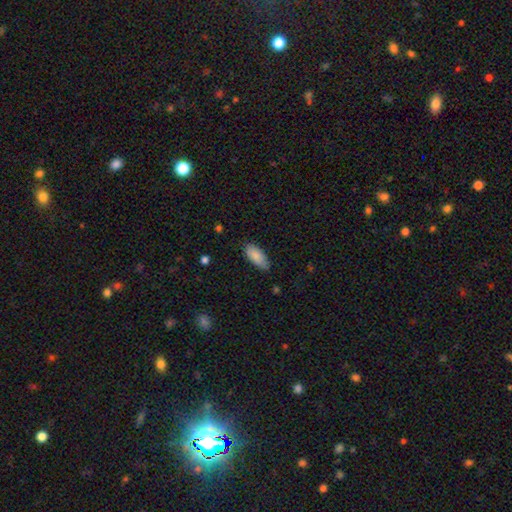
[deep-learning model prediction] Q: Smooth or featured?
A: smooth (86%); runner-up: featured or disk (8%)
Q: How rounded?
A: in between (87%); runner-up: cigar-shaped (11%)
Q: Merging?
A: none (78%); runner-up: minor disturbance (19%)